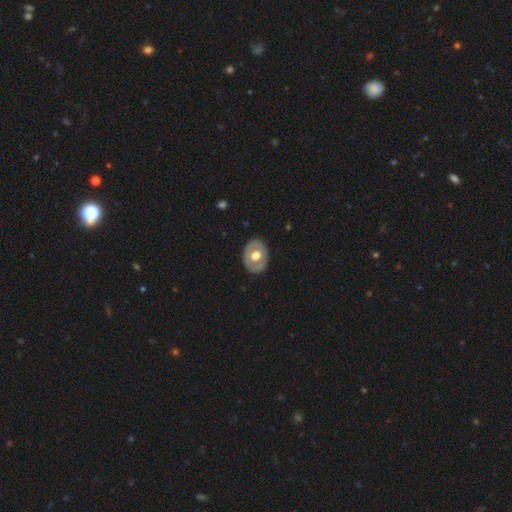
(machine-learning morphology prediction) Overall: featured or disk (49%; smooth 46%). Merging: none (84%).